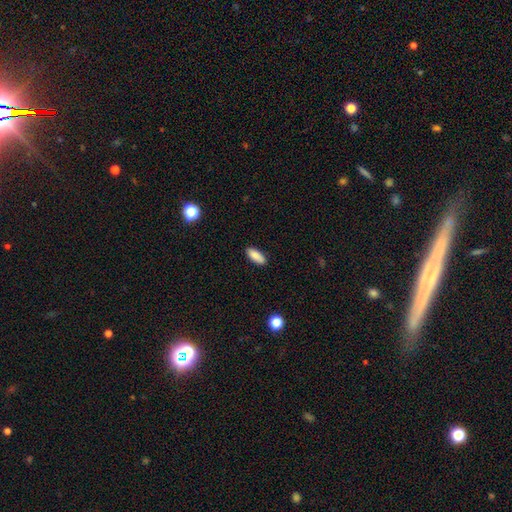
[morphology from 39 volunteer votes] A smooth galaxy with no disk features (82%) that is in between round and cigar-shaped (66%). Merging: none (83%).